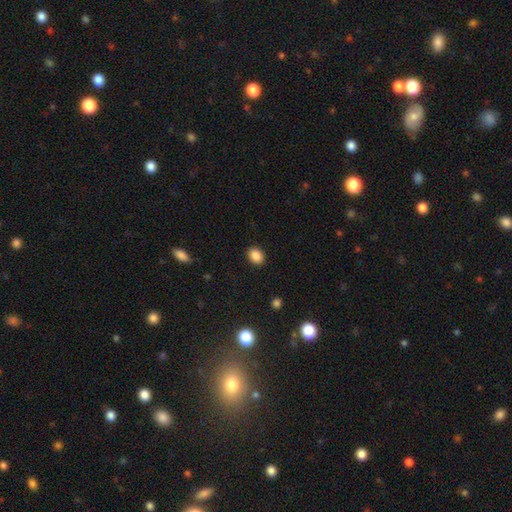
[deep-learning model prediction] smooth-or-featured: smooth: 88% | star or artifact: 9% | featured or disk: 3%
  how-rounded: in between: 57% | round: 42% | cigar-shaped: 1%
  merging: none: 89% | minor disturbance: 7% | major disturbance: 2% | merger: 1%